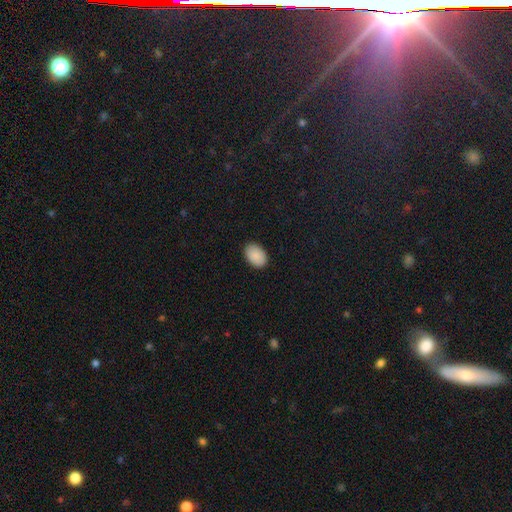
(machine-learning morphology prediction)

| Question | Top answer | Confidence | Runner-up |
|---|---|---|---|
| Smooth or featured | smooth | 90% | star or artifact (7%) |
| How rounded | in between | 86% | round (13%) |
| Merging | none | 90% | minor disturbance (8%) |